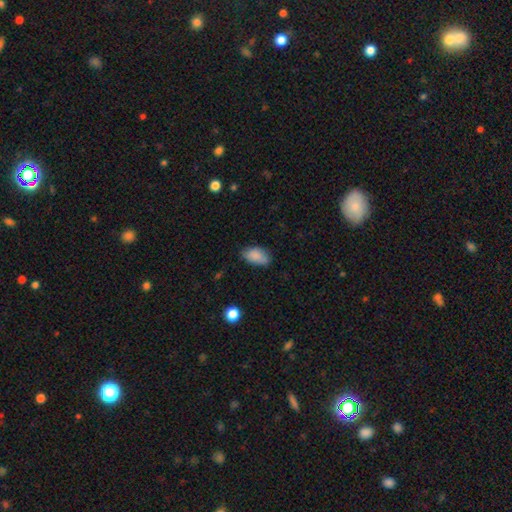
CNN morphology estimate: Q: Smooth or featured?
A: smooth (85%); runner-up: star or artifact (8%)
Q: How rounded?
A: in between (92%); runner-up: round (6%)
Q: Merging?
A: none (70%); runner-up: minor disturbance (24%)